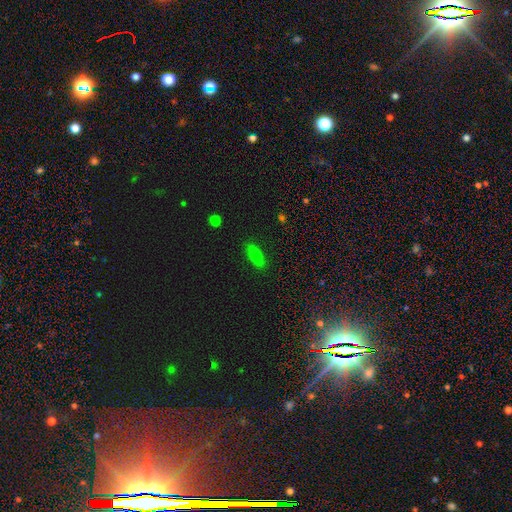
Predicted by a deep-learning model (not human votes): The model was most divided on "how rounded": in between: 74%, cigar-shaped: 21%, round: 4%. More confident: merging — none (86%); smooth or featured — smooth (71%).